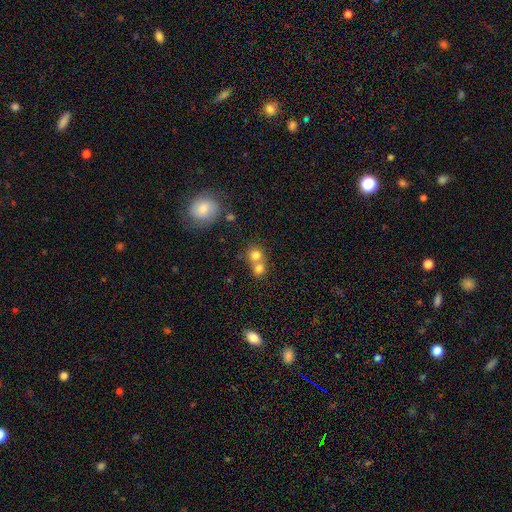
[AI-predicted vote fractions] A smooth galaxy with no disk features (78%) that is round (84%). Merging: merger (55%).